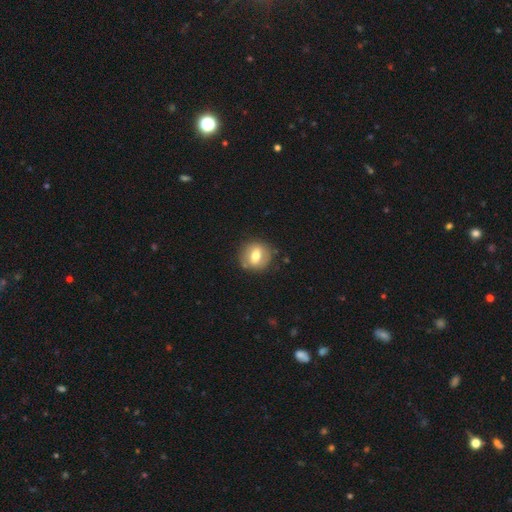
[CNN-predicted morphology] A smooth galaxy with no disk features (60%) that is round (77%). Merging: none (83%).